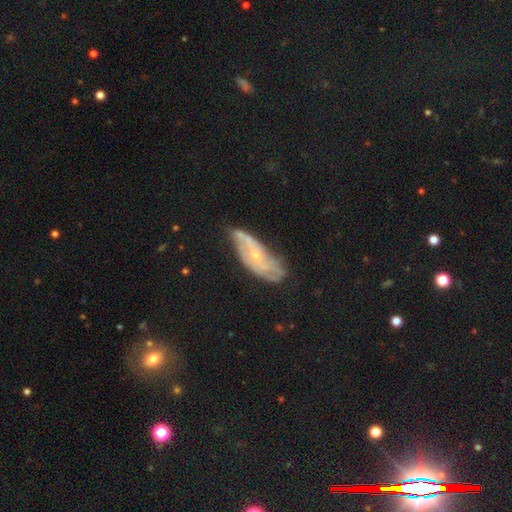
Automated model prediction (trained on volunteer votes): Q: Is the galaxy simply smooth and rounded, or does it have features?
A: featured or disk — 69%.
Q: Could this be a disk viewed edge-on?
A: no — 86%.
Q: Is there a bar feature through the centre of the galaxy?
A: no — 73%.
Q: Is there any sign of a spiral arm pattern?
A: yes — 79%.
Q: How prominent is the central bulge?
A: small — 68%.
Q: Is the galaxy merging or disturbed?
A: none — 53%.